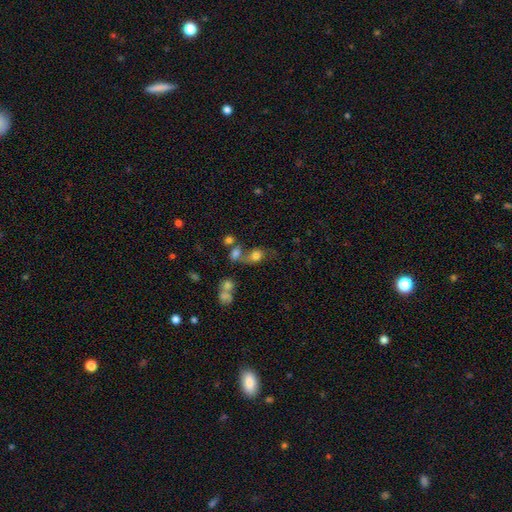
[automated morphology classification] The model was most divided on "how rounded": round: 51%, in between: 47%, cigar-shaped: 2%. Remaining: smooth or featured — smooth (66%); merging — none (39%).